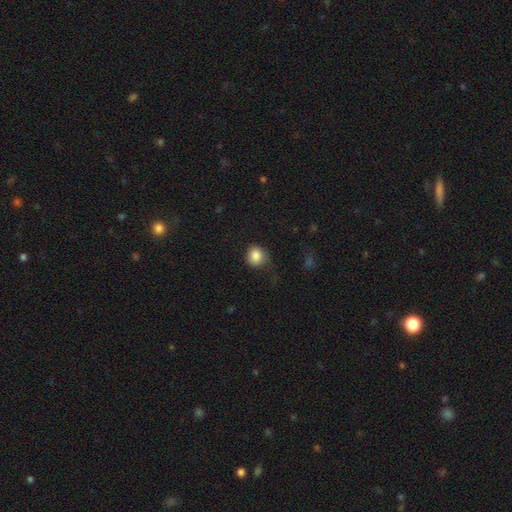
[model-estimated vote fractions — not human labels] smooth-or-featured: smooth: 86% | star or artifact: 9% | featured or disk: 5%
  how-rounded: round: 84% | in between: 15% | cigar-shaped: 1%
  merging: none: 65% | minor disturbance: 23% | major disturbance: 11% | merger: 2%